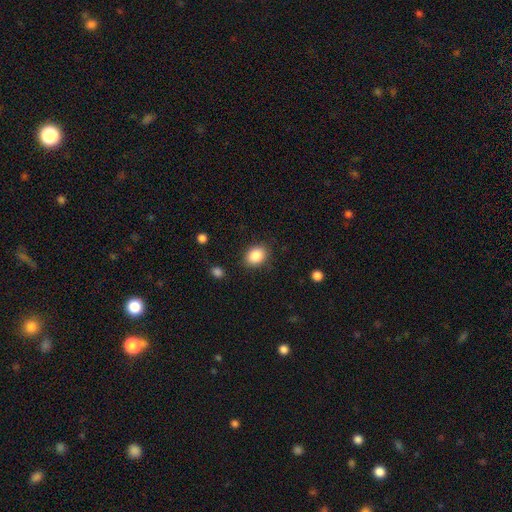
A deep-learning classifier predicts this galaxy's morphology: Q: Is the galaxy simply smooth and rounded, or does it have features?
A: smooth — 86%.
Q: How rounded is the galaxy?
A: in between — 56%.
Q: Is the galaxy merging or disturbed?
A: none — 86%.